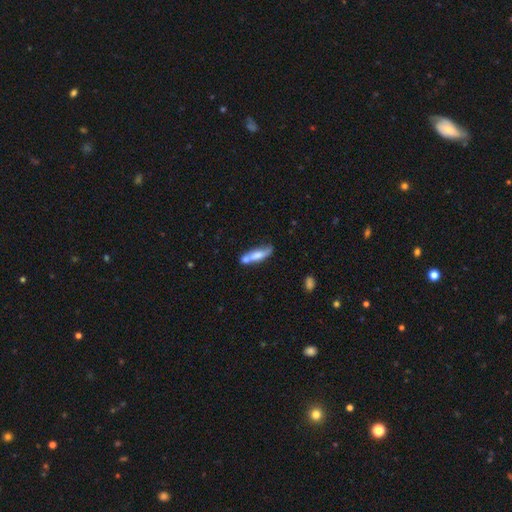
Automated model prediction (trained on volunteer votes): Overall: smooth (65%; featured or disk 29%). How rounded: cigar-shaped (67%; in between 31%). Merging: none (44%; merger 30%).